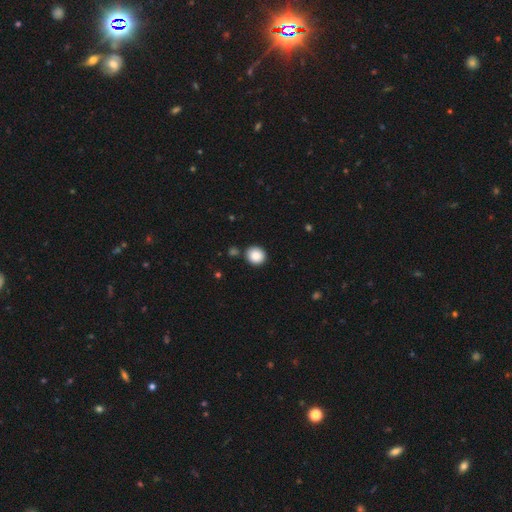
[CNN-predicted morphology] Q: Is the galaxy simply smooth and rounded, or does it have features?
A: smooth — 88%.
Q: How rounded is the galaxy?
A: round — 85%.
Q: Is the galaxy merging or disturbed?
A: none — 84%.